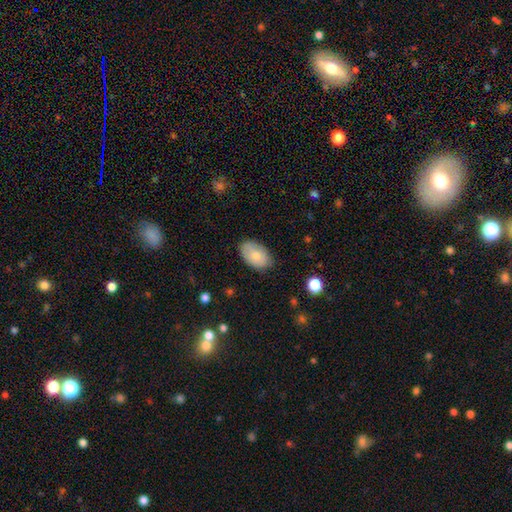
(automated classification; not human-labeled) smooth_or_featured: smooth (p=0.77) [alt: featured or disk p=0.16]
how_rounded: in between (p=0.92) [alt: round p=0.07]
merging: none (p=0.77) [alt: minor disturbance p=0.18]